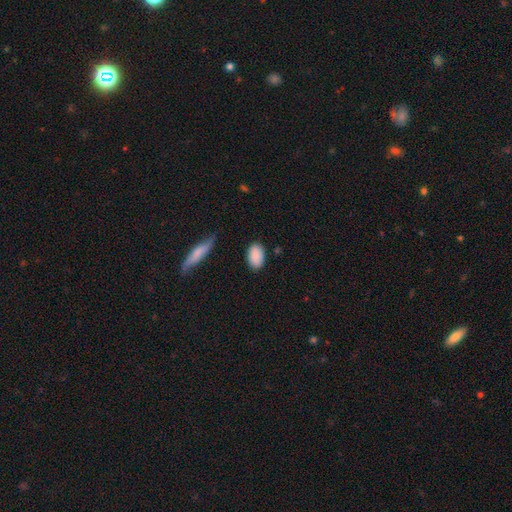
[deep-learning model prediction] smooth_or_featured: smooth (p=0.89) [alt: star or artifact p=0.07]
how_rounded: in between (p=0.92) [alt: round p=0.06]
merging: none (p=0.81) [alt: minor disturbance p=0.14]